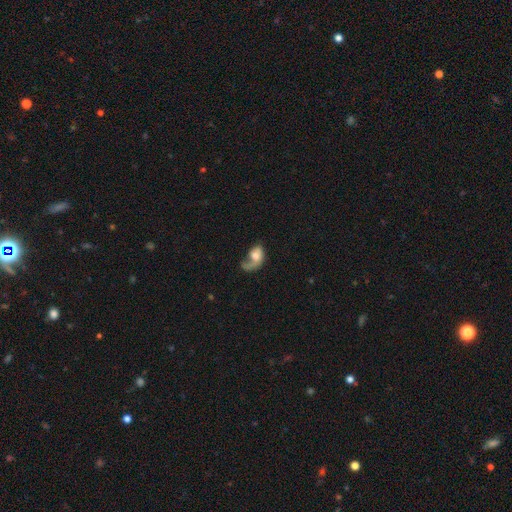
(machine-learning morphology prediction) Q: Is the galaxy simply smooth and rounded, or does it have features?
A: smooth — 48%.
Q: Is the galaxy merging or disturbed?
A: major disturbance — 50%.